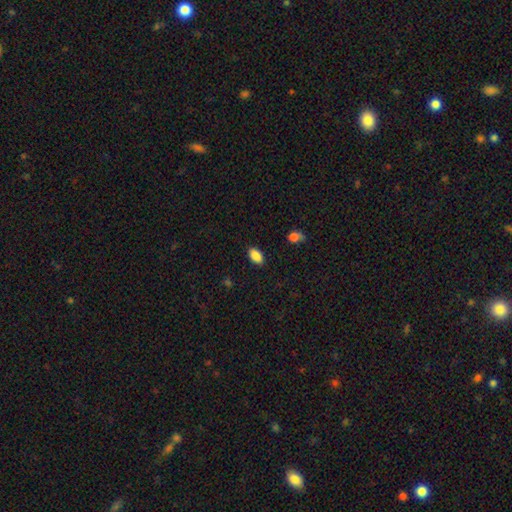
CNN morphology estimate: Smooth or featured: smooth — 87% (star or artifact — 8%)
How rounded: in between — 92% (round — 5%)
Merging: none — 87% (minor disturbance — 9%)